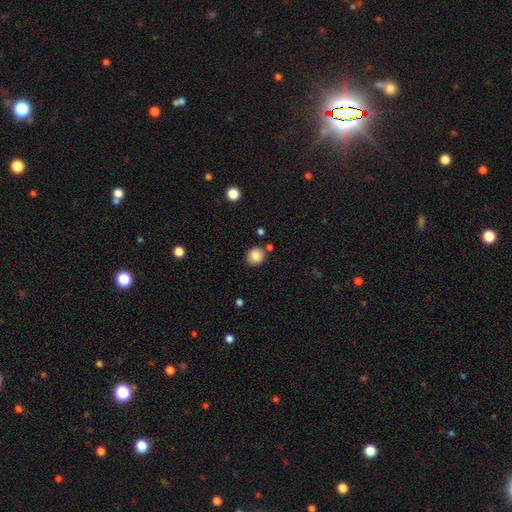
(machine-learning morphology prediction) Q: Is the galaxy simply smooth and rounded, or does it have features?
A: smooth — 86%.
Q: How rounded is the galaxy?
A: round — 85%.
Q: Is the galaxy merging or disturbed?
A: none — 80%.